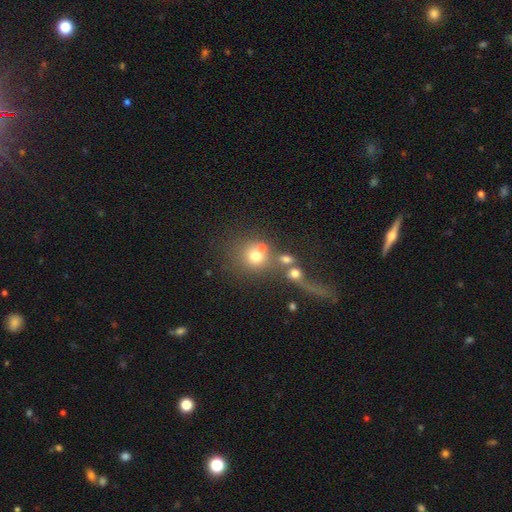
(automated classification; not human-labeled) smooth 68%, featured or disk 17%, star or artifact 15%. Down the decision tree: how rounded — round (85%); merging — none (43%).